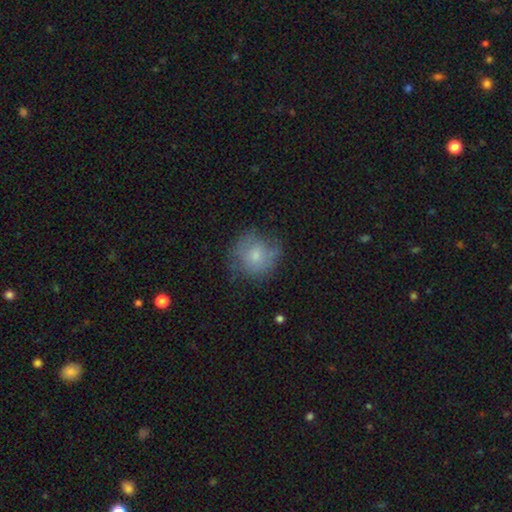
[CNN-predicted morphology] A smooth galaxy with no disk features (63%) that is round (85%). Merging: none (61%).